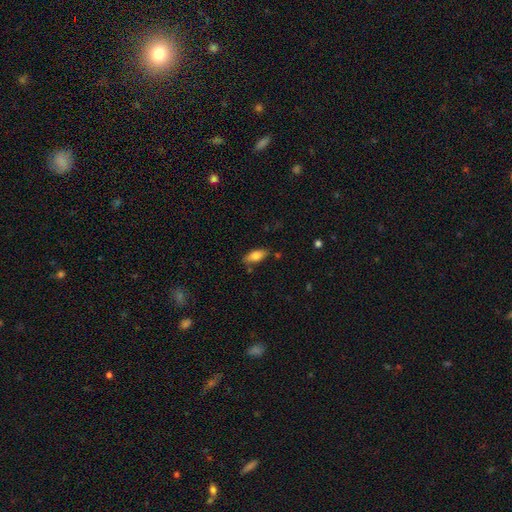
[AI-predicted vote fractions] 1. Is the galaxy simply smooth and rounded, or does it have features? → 77% smooth, 16% featured or disk, 7% star or artifact.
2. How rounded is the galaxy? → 81% in between, 16% cigar-shaped, 2% round.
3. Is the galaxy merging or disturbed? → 78% none, 15% minor disturbance, 4% merger, 3% major disturbance.